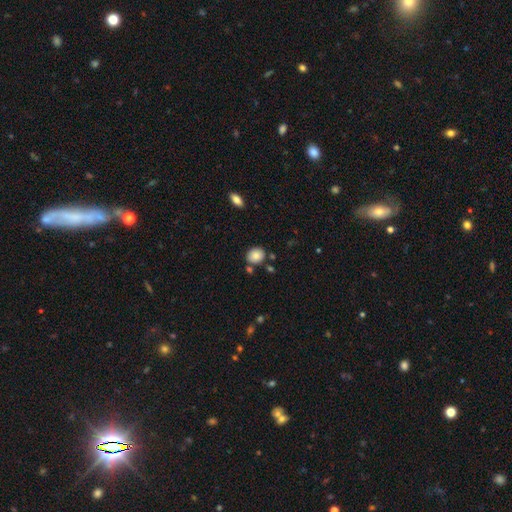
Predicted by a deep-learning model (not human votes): smooth 83%, star or artifact 9%, featured or disk 8%. Down the decision tree: how rounded — round (62%); merging — none (78%).